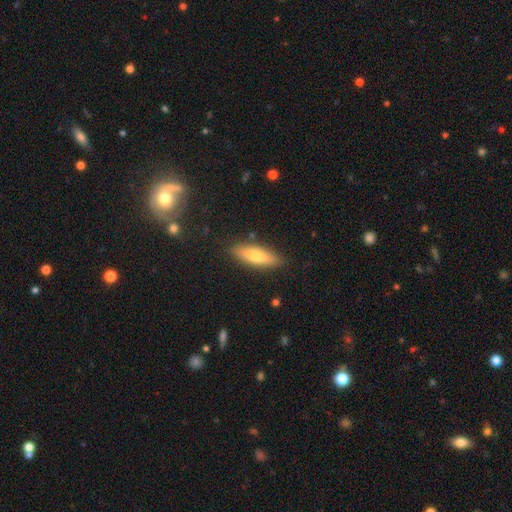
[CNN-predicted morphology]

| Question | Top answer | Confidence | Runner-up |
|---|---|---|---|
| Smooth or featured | smooth | 61% | featured or disk (31%) |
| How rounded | cigar-shaped | 59% | in between (39%) |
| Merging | none | 86% | minor disturbance (10%) |